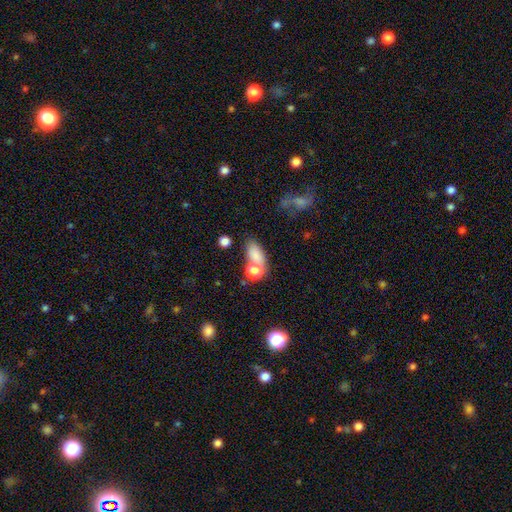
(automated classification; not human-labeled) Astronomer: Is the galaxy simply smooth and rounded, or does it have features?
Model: smooth — 77%.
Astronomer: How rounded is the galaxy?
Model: in between — 76%.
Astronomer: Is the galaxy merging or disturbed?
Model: none — 43% (runner-up: merger, 35%).